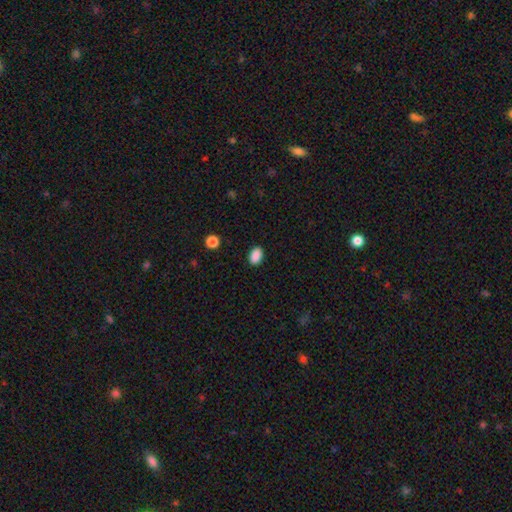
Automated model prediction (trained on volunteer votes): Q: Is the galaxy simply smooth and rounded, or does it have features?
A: smooth — 89%.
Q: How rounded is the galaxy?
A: in between — 86%.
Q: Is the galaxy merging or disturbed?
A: none — 89%.